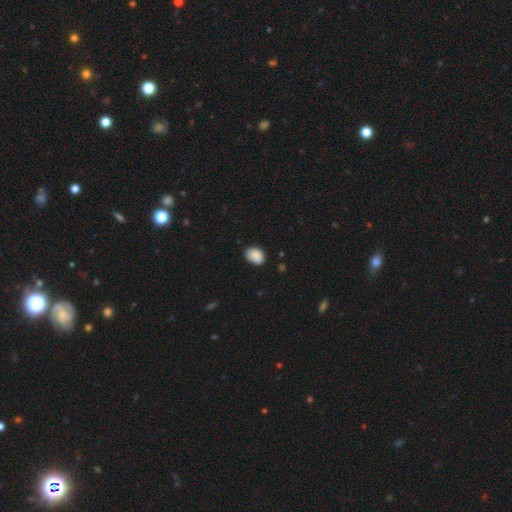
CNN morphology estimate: Smooth or featured? Predicted: smooth (p=0.88). How rounded? Predicted: in between (p=0.73). Merging? Predicted: none (p=0.75).